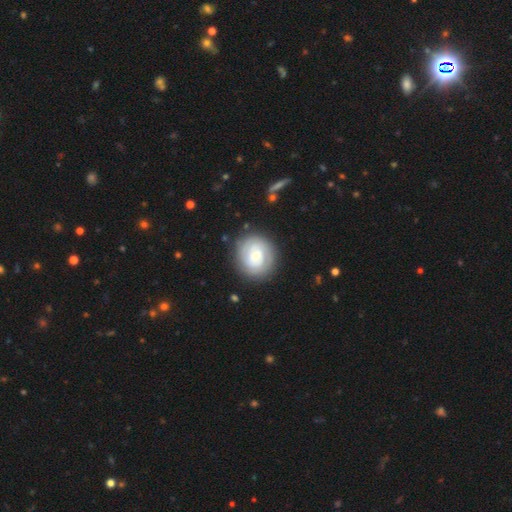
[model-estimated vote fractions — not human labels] Morphology: type=featured or disk (54%); edge-on=no (97%); bar=no (66%); spiral arms=yes (60%); bulge=small (52%); merging=none (81%).